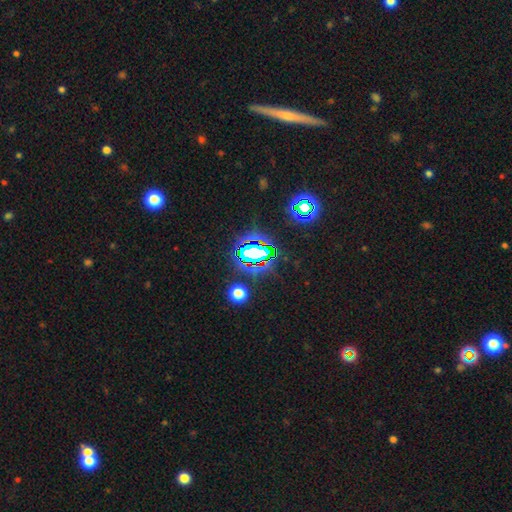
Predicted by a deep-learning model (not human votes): smooth-or-featured: star or artifact: 72% | smooth: 16% | featured or disk: 13%